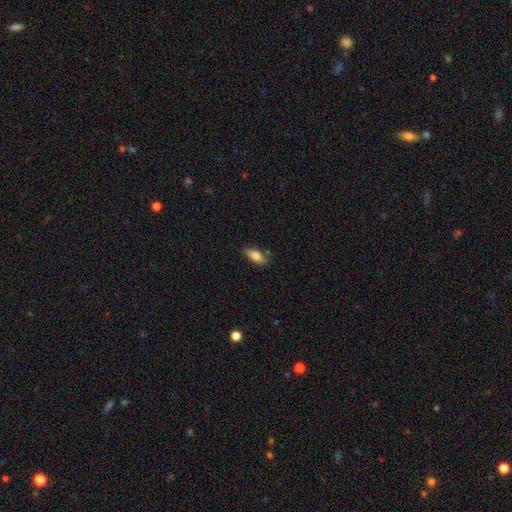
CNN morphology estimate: A smooth galaxy with no disk features (81%) that is in between round and cigar-shaped (85%).

Vote fractions:
- Smooth or featured? smooth: 81% / featured or disk: 12% / star or artifact: 7%
- How rounded? in between: 85% / cigar-shaped: 13% / round: 3%
- Merging? none: 71% / minor disturbance: 21% / major disturbance: 4% / merger: 4%